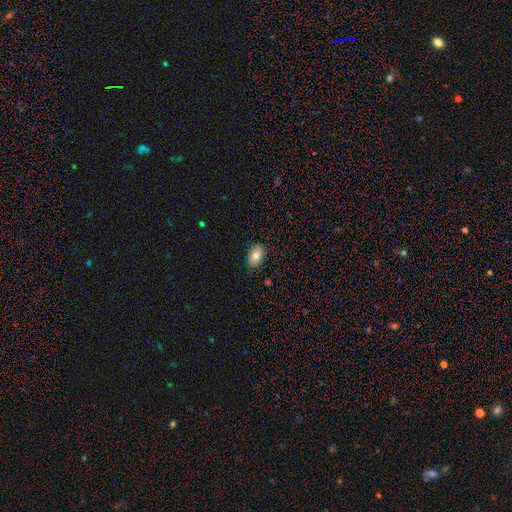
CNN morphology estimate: Overall: smooth (80%). How rounded: in between (89%). Merging: none (86%).